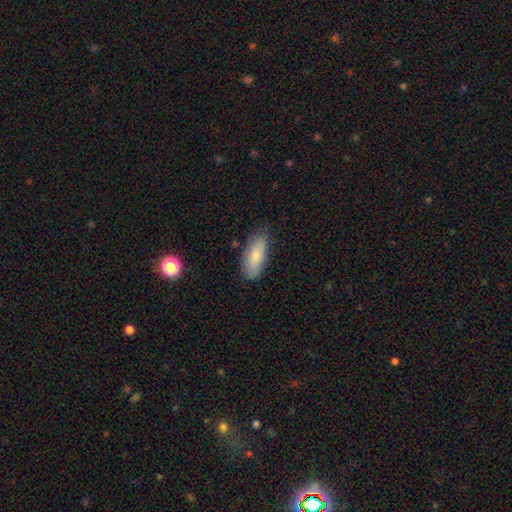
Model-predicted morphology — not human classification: The model was most divided on "merging": none: 77%, minor disturbance: 18%, major disturbance: 3%, merger: 2%. More confident: how rounded — in between (81%); smooth or featured — smooth (78%).